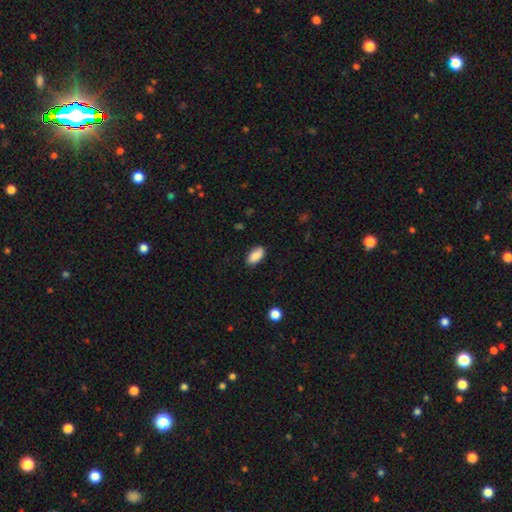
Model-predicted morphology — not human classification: smooth 87%, star or artifact 7%, featured or disk 6%. Down the decision tree: how rounded — in between (93%); merging — none (82%).